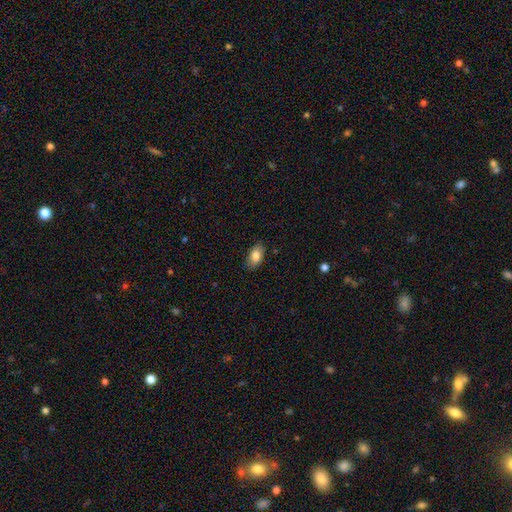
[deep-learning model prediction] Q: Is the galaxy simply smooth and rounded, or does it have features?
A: smooth — 83%.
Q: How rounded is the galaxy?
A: in between — 92%.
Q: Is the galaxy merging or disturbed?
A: none — 84%.